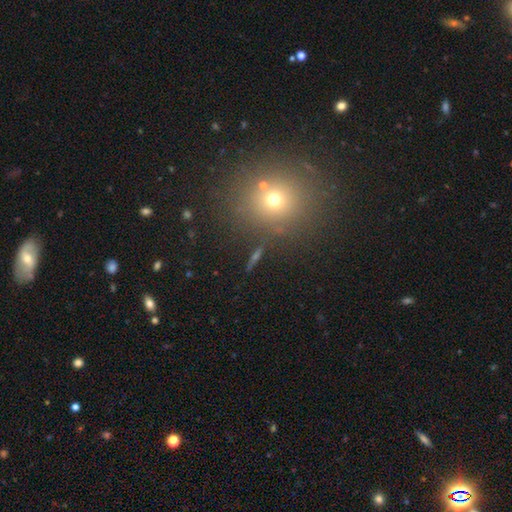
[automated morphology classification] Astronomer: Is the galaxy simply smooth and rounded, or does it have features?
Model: smooth — 42% (runner-up: star or artifact, 35%).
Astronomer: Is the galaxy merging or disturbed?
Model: none — 85%.